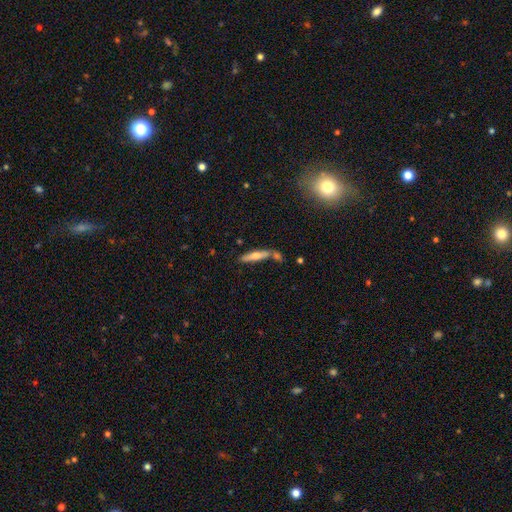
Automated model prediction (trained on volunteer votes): Morphology: type=smooth (52%); roundness=cigar-shaped (84%); merging=none (66%).